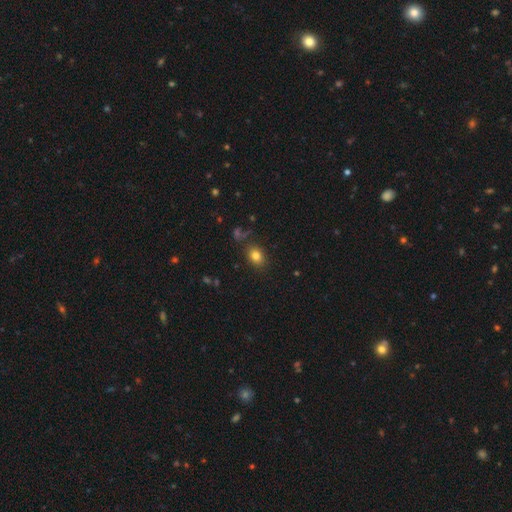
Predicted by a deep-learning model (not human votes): Smooth or featured? smooth (81%)
How rounded? in between (58%)
Merging? none (82%)